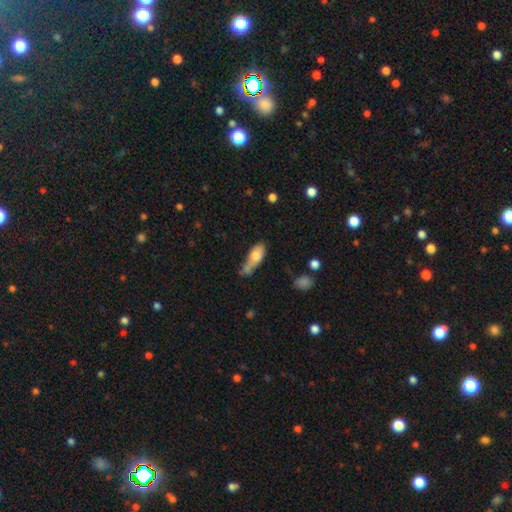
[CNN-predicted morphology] Smooth or featured: smooth — 74% (featured or disk — 18%)
How rounded: in between — 77% (cigar-shaped — 18%)
Merging: minor disturbance — 29% (none — 28%)